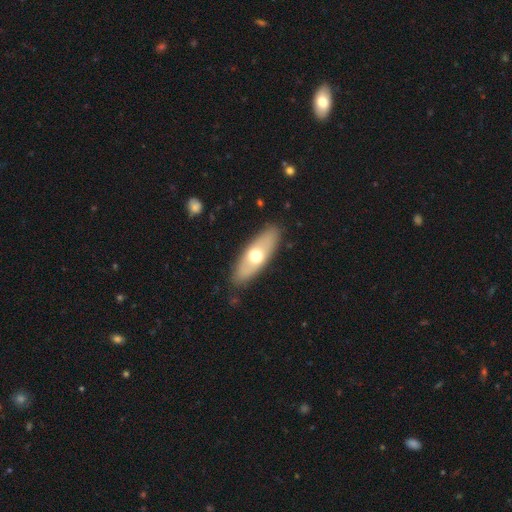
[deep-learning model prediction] Smooth or featured? smooth (58%)
How rounded? in between (64%)
Merging? none (87%)